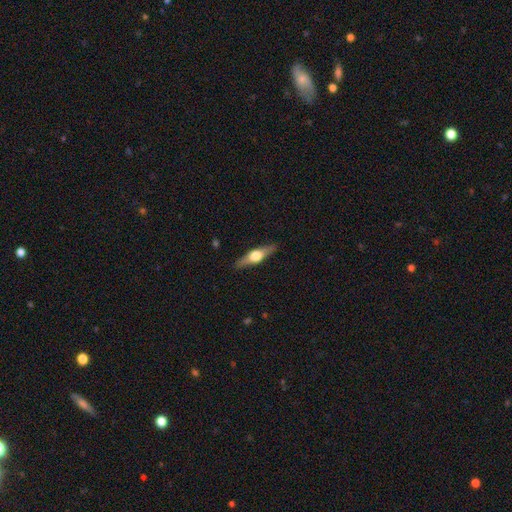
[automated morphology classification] smooth_or_featured: featured or disk (p=0.63) [alt: smooth p=0.32]
disk_edge_on: yes (p=0.95) [alt: no p=0.05]
edge_on_bulge: rounded (p=0.94) [alt: boxy p=0.04]
merging: none (p=0.89) [alt: minor disturbance p=0.08]